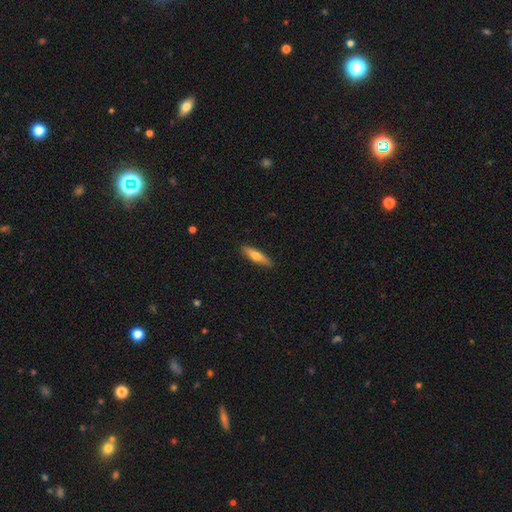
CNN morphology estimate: The model was most divided on "smooth or featured": smooth: 64%, featured or disk: 31%, star or artifact: 6%. More confident: merging — none (89%); how rounded — cigar-shaped (73%).